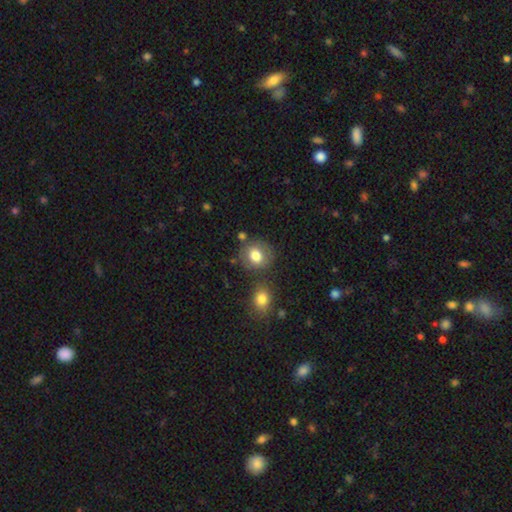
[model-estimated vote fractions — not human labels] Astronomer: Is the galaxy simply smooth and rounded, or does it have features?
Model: smooth — 77%.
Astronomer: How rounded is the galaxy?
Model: round — 74%.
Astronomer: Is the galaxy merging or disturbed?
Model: none — 72%.